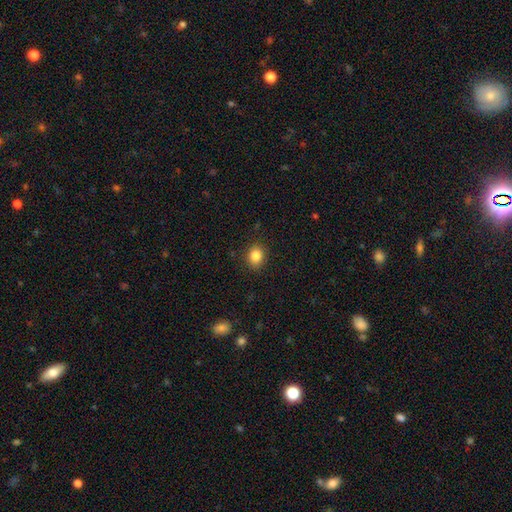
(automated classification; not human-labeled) Smooth or featured? smooth (85%)
How rounded? round (52%)
Merging? none (88%)